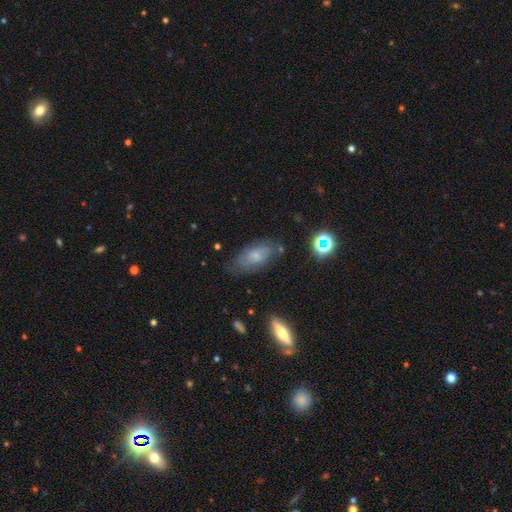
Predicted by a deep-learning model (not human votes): Smooth or featured?
  - smooth: 54% *
  - featured or disk: 35%
  - star or artifact: 11%
How rounded?
  - in between: 87% *
  - cigar-shaped: 9%
  - round: 4%
Merging?
  - none: 65% *
  - minor disturbance: 24%
  - major disturbance: 8%
  - merger: 3%